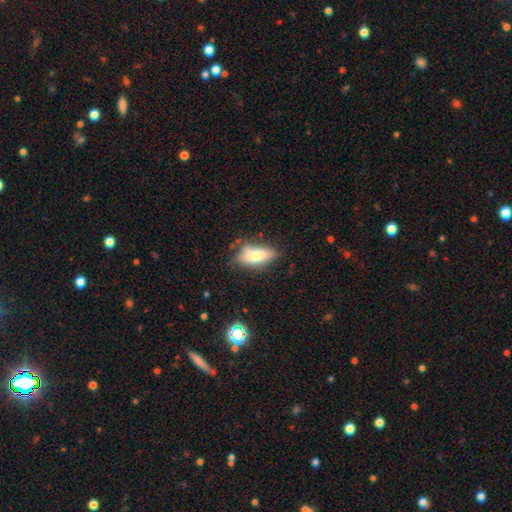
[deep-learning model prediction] Smooth or featured: smooth — 69% (featured or disk — 23%)
How rounded: in between — 80% (cigar-shaped — 16%)
Merging: none — 62% (minor disturbance — 25%)